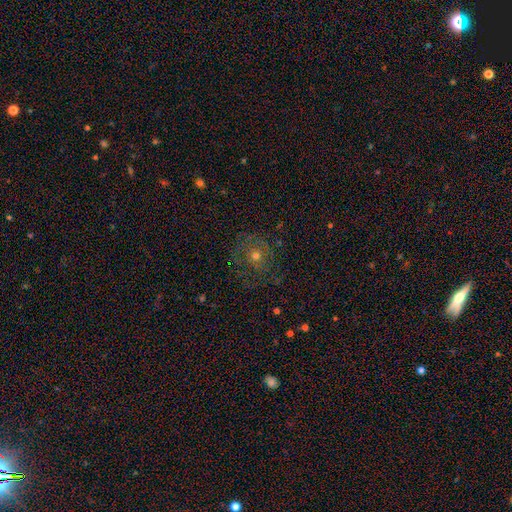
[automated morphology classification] Smooth or featured: featured or disk — 43% (smooth — 36%)
Merging: none — 72% (minor disturbance — 15%)